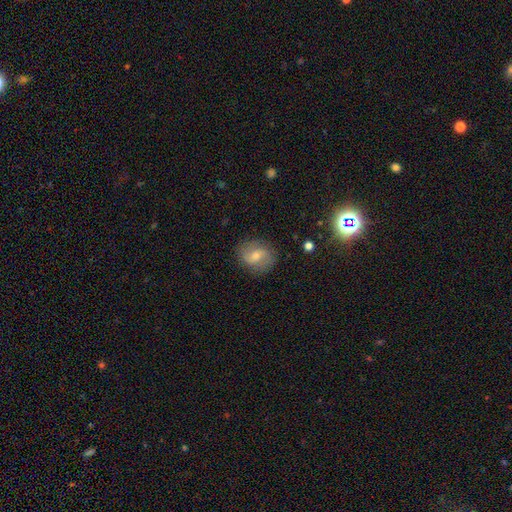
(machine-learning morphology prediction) Smooth or featured?
  - featured or disk: 53% *
  - smooth: 38%
  - star or artifact: 9%
Edge-on disk?
  - no: 96% *
  - yes: 4%
Bar?
  - weak: 46% *
  - no: 36%
  - strong: 18%
Spiral arms?
  - yes: 80% *
  - no: 20%
Bulge size?
  - moderate: 49% *
  - small: 46%
  - large: 2%
  - none: 2%
  - dominant: 1%
Merging?
  - none: 82% *
  - minor disturbance: 13%
  - major disturbance: 4%
  - merger: 1%